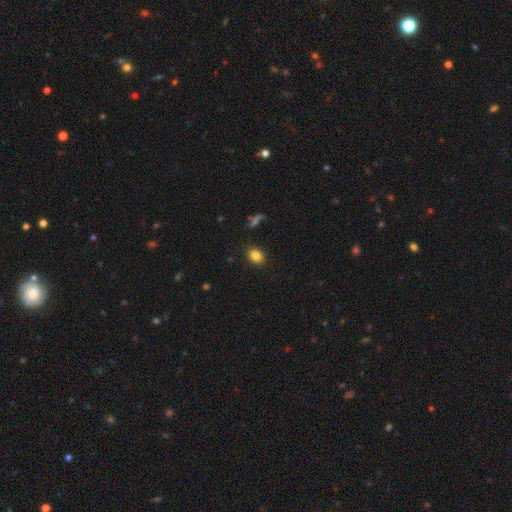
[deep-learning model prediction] smooth-or-featured: smooth: 84% | star or artifact: 10% | featured or disk: 6%
  how-rounded: in between: 55% | round: 44% | cigar-shaped: 1%
  merging: none: 88% | minor disturbance: 8% | major disturbance: 2% | merger: 2%